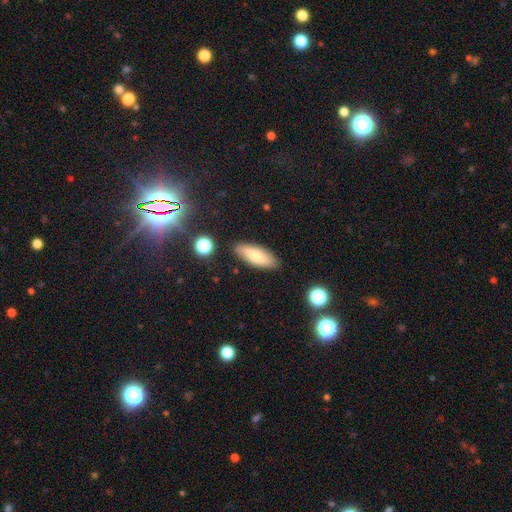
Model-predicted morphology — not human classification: Smooth or featured? Predicted: smooth (p=0.71). How rounded? Predicted: in between (p=0.66). Merging? Predicted: none (p=0.85).